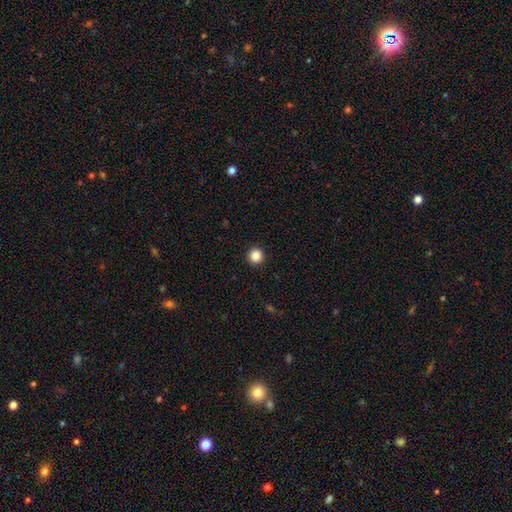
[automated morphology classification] type=smooth (87%); roundness=round (95%); merging=none (93%).